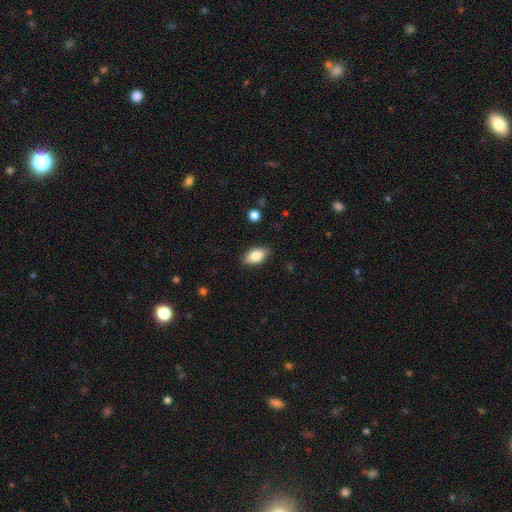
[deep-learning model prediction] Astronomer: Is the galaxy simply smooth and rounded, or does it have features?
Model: smooth — 80%.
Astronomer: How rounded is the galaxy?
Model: in between — 89%.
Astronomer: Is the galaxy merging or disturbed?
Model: none — 86%.